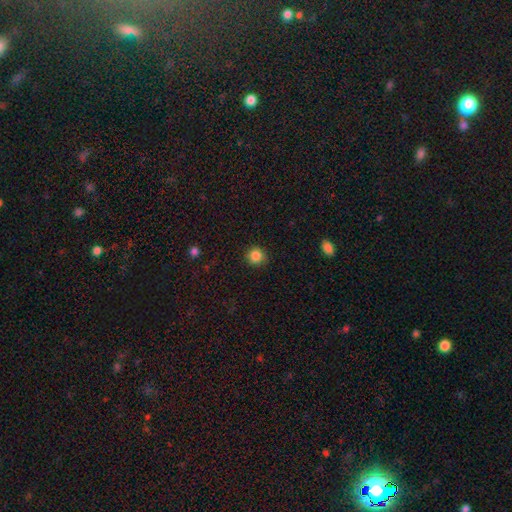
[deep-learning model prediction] smooth-or-featured: smooth: 86% | star or artifact: 11% | featured or disk: 3%
  how-rounded: round: 92% | in between: 7% | cigar-shaped: 1%
  merging: none: 89% | minor disturbance: 8% | major disturbance: 2% | merger: 1%